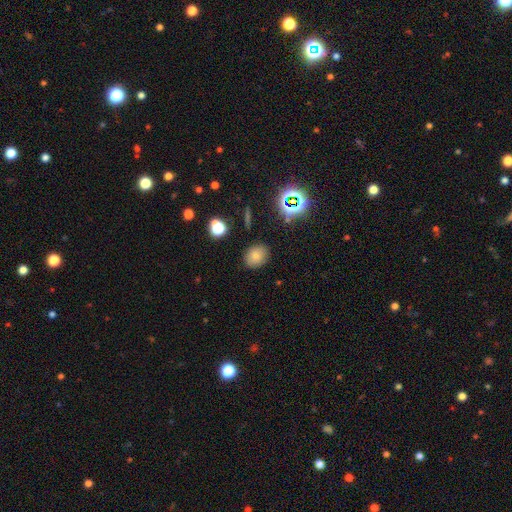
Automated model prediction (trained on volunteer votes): The model was most divided on "how rounded": in between: 51%, round: 48%, cigar-shaped: 1%. More confident: merging — none (85%); smooth or featured — smooth (76%).